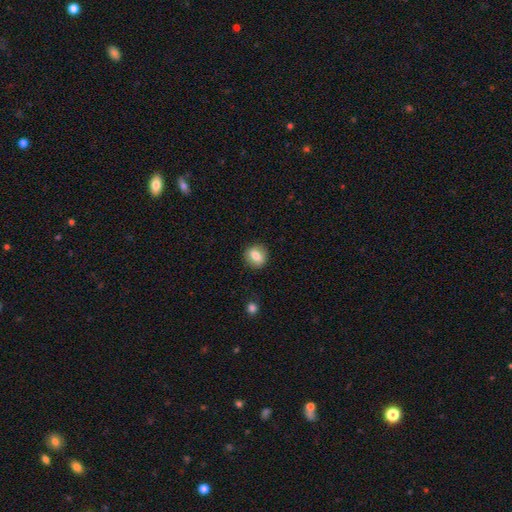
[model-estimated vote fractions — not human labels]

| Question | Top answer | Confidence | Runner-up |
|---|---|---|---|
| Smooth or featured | smooth | 76% | featured or disk (15%) |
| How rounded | round | 65% | in between (33%) |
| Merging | none | 86% | minor disturbance (10%) |